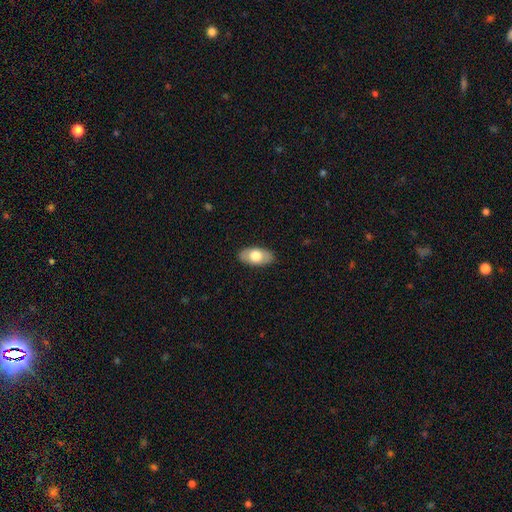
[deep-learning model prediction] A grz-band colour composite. It shows a smooth galaxy with no disk features (69%) that is in between round and cigar-shaped (93%). Merging: none (87%).